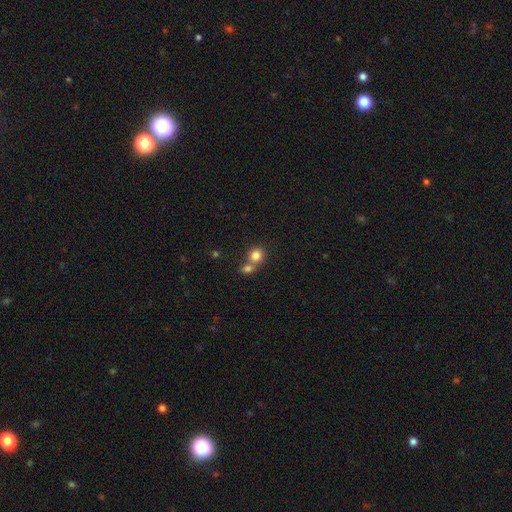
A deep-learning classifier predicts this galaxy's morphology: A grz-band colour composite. It shows a smooth galaxy with no disk features (82%) that is round (82%). Merging: merger (48%).